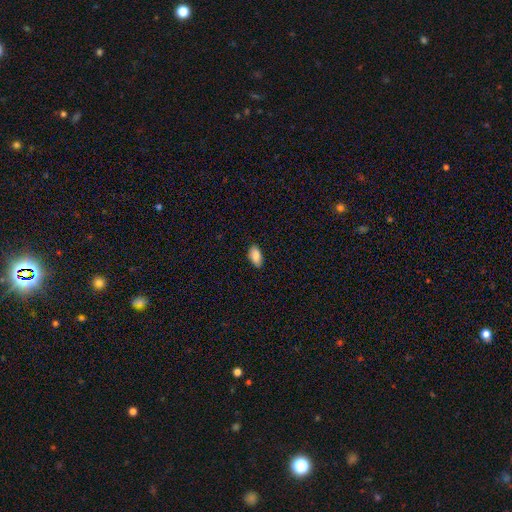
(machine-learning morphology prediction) smooth_or_featured: smooth (p=0.87) [alt: star or artifact p=0.07]
how_rounded: in between (p=0.94) [alt: cigar-shaped p=0.03]
merging: none (p=0.87) [alt: minor disturbance p=0.10]